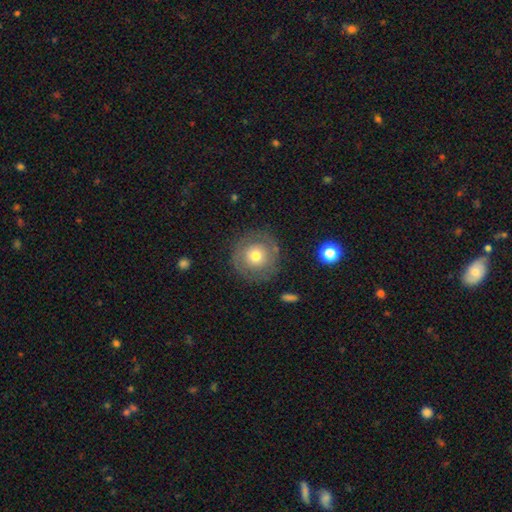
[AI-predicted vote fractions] Smooth or featured? Predicted: smooth (p=0.54). How rounded? Predicted: round (p=0.94). Merging? Predicted: none (p=0.82).